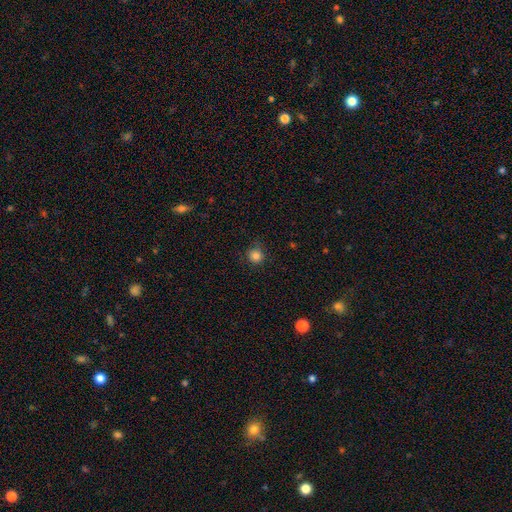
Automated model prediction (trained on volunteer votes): Smooth or featured? smooth (83%)
How rounded? round (92%)
Merging? none (82%)